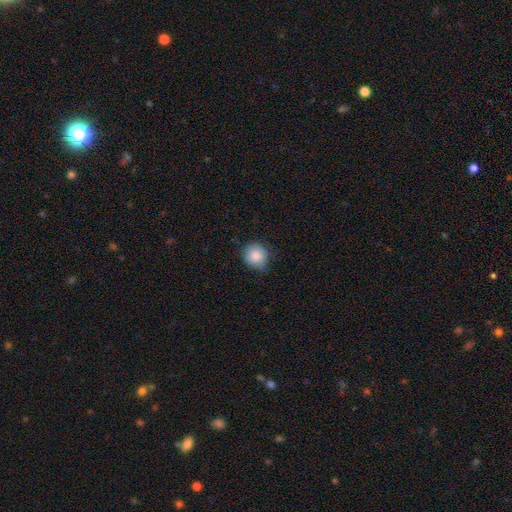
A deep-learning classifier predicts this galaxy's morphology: This is clearly a smooth galaxy (85%). How rounded: clearly round (86%). Merging: likely none (69%).